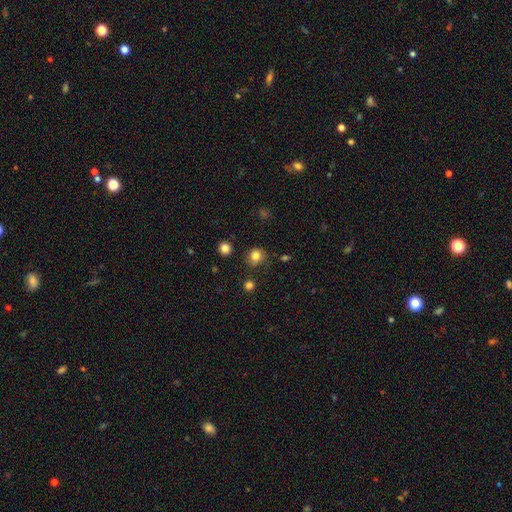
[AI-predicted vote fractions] This is clearly a smooth galaxy (82%). How rounded: clearly round (86%). Merging: likely none (78%).